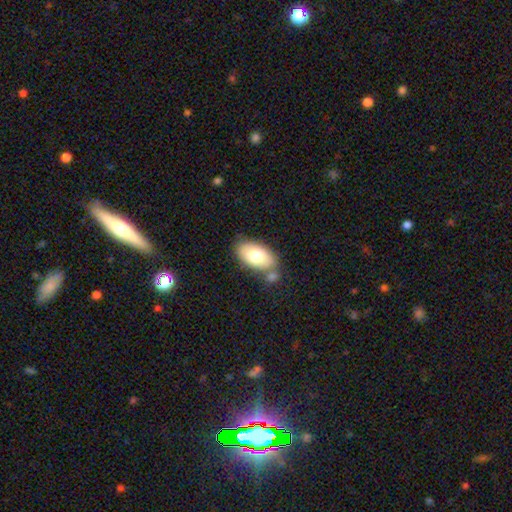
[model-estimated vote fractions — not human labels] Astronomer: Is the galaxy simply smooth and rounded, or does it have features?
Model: smooth — 72%.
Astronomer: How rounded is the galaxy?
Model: in between — 93%.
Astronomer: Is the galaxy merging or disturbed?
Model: none — 61%.